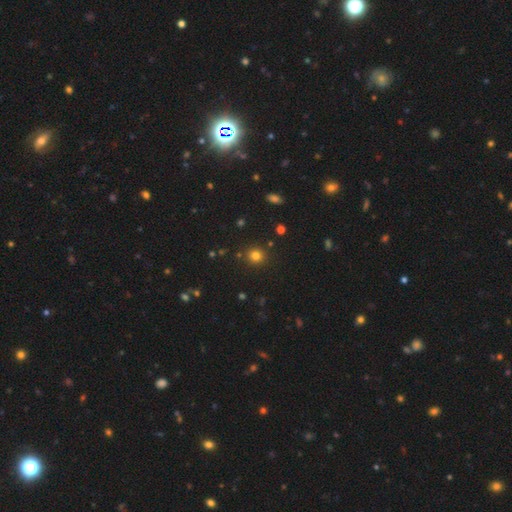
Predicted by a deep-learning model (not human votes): smooth 78%, star or artifact 16%, featured or disk 6%. Down the decision tree: how rounded — round (88%); merging — none (88%).